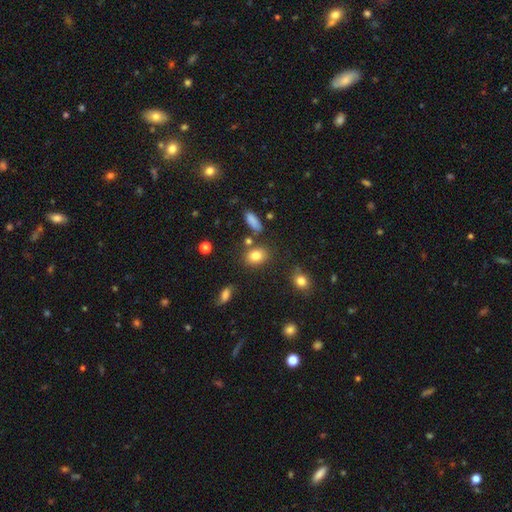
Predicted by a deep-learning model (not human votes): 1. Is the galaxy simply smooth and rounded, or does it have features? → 81% smooth, 11% star or artifact, 8% featured or disk.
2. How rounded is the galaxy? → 62% in between, 36% round, 2% cigar-shaped.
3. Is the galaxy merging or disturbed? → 76% none, 12% minor disturbance, 8% merger, 4% major disturbance.